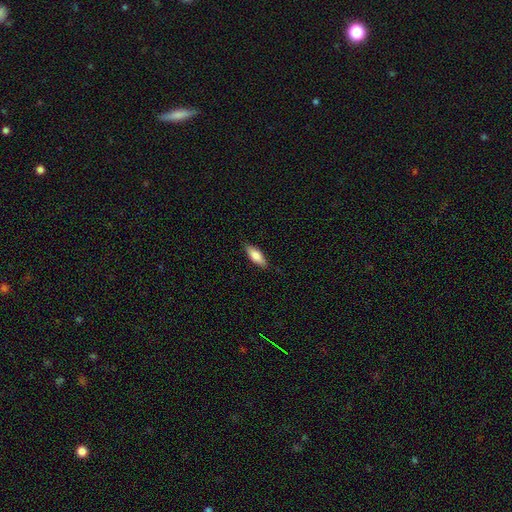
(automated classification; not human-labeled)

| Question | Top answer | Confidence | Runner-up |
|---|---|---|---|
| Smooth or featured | smooth | 79% | featured or disk (16%) |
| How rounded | in between | 65% | cigar-shaped (33%) |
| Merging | none | 85% | minor disturbance (12%) |